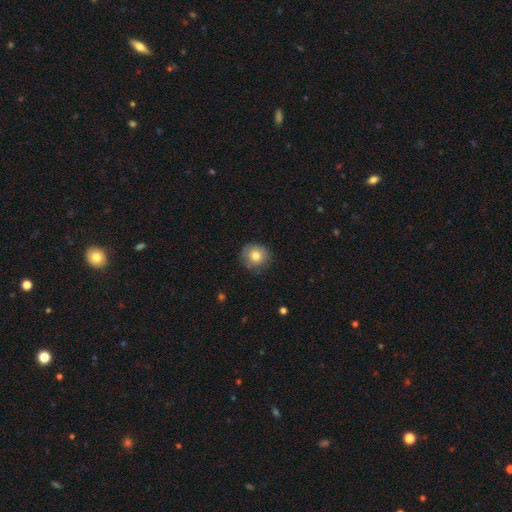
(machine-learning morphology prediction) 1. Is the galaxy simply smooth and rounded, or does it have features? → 78% smooth, 13% featured or disk, 9% star or artifact.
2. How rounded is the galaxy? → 91% round, 8% in between, 1% cigar-shaped.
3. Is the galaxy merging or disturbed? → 81% none, 15% minor disturbance, 3% major disturbance, 1% merger.